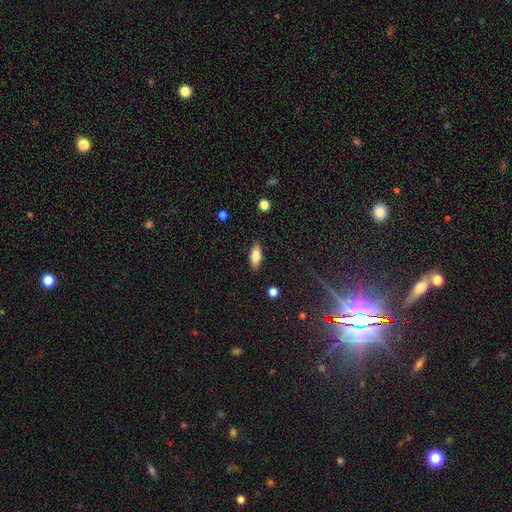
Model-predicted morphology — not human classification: Smooth or featured? Predicted: smooth (p=0.71). How rounded? Predicted: in between (p=0.77). Merging? Predicted: none (p=0.88).